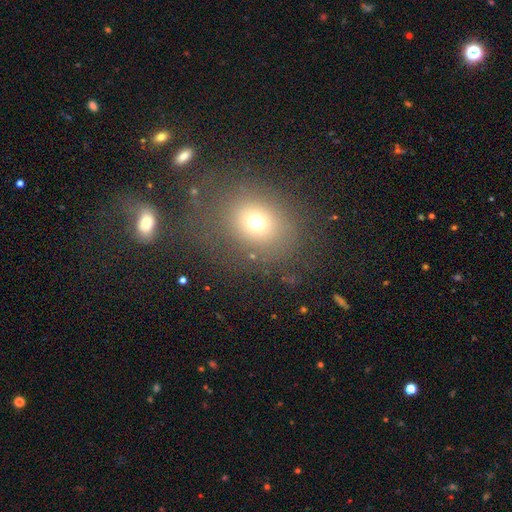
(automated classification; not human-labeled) smooth-or-featured: smooth: 60% | star or artifact: 24% | featured or disk: 16%
  how-rounded: round: 57% | in between: 42% | cigar-shaped: 1%
  merging: none: 69% | minor disturbance: 12% | merger: 9% | major disturbance: 9%